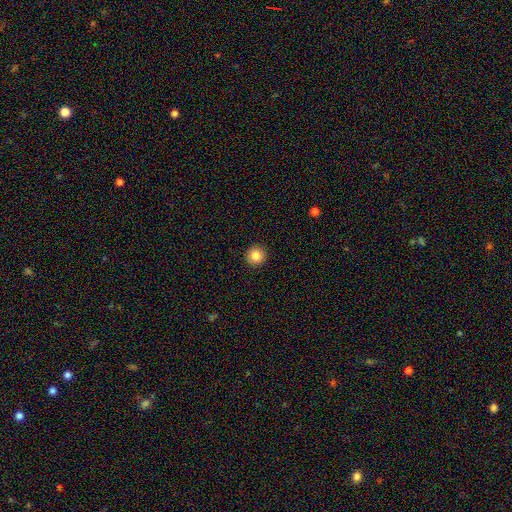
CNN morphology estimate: smooth_or_featured: smooth (p=0.84) [alt: star or artifact p=0.10]
how_rounded: round (p=0.96) [alt: in between p=0.03]
merging: none (p=0.93) [alt: minor disturbance p=0.04]